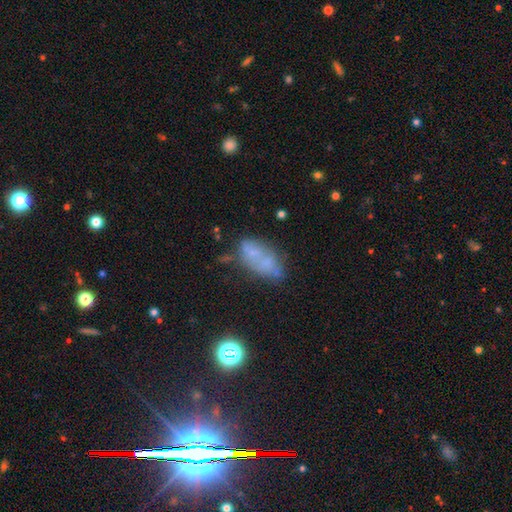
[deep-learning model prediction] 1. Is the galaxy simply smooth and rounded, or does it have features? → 47% smooth, 36% featured or disk, 17% star or artifact.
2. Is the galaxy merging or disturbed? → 44% none, 23% minor disturbance, 19% merger, 15% major disturbance.